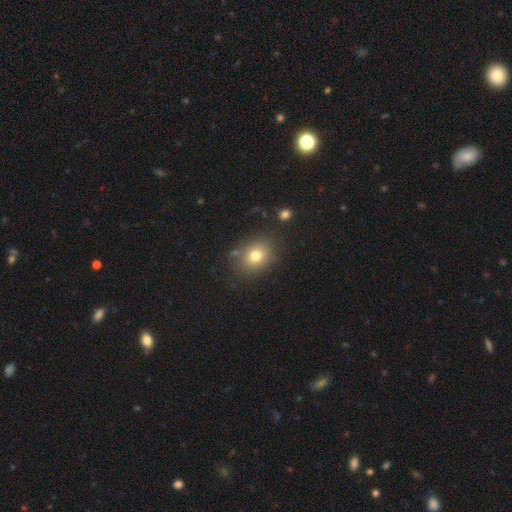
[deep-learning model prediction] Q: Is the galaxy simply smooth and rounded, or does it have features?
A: smooth — 77%.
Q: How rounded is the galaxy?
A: round — 55%.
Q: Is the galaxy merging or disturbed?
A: none — 82%.